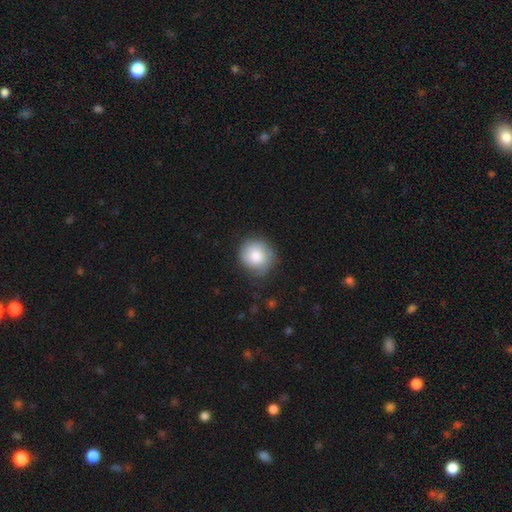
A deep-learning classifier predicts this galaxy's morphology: smooth 76%, featured or disk 17%, star or artifact 7%. Down the decision tree: how rounded — round (88%); merging — none (67%).